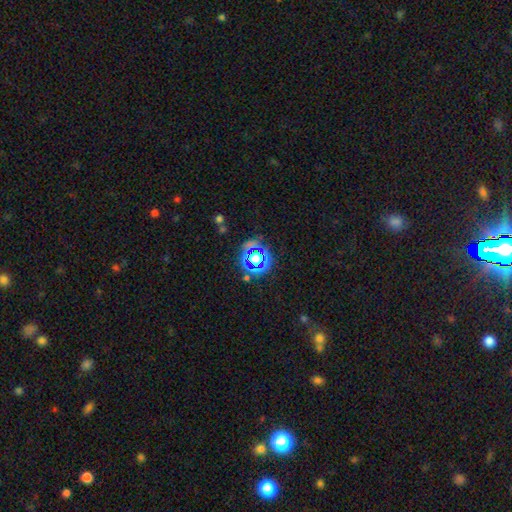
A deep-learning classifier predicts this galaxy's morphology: Smooth or featured?
  - star or artifact: 72% *
  - smooth: 18%
  - featured or disk: 10%